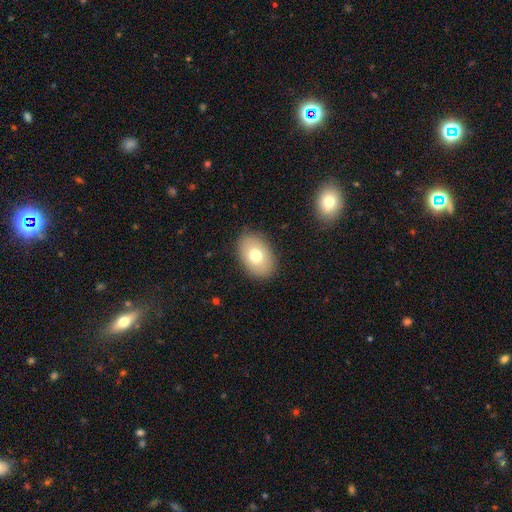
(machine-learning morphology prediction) smooth 75%, featured or disk 18%, star or artifact 8%. Down the decision tree: how rounded — in between (87%); merging — none (87%).